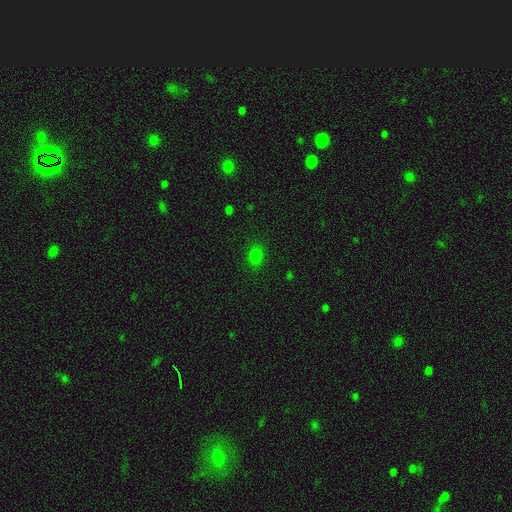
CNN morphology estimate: Smooth or featured? Predicted: smooth (p=0.78). How rounded? Predicted: in between (p=0.61). Merging? Predicted: none (p=0.85).